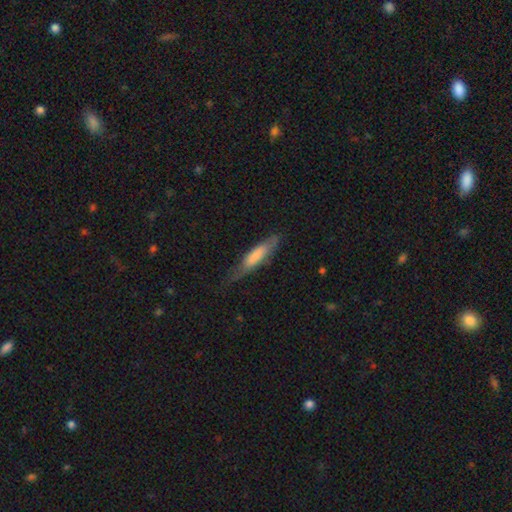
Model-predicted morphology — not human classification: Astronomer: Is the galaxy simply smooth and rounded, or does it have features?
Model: smooth — 66%.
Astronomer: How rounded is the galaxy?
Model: cigar-shaped — 74%.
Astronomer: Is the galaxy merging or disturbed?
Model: none — 63%.